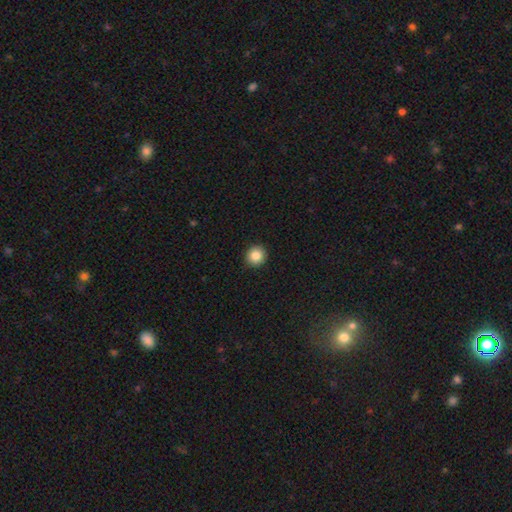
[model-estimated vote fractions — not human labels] The model was most divided on "smooth or featured": smooth: 86%, star or artifact: 9%, featured or disk: 5%. More confident: merging — none (92%); how rounded — round (91%).